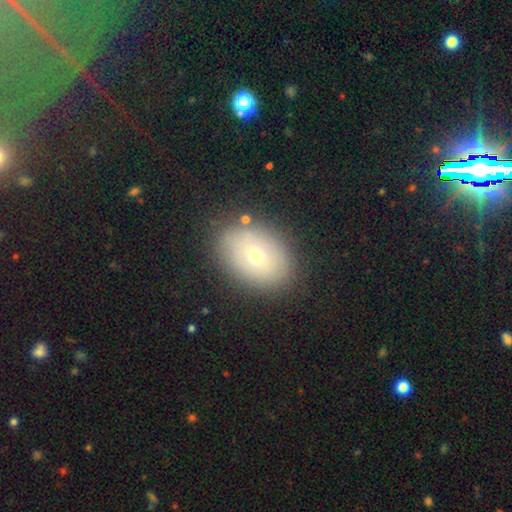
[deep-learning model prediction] A smooth galaxy with no disk features (64%) that is in between round and cigar-shaped (73%). Merging: none (83%).